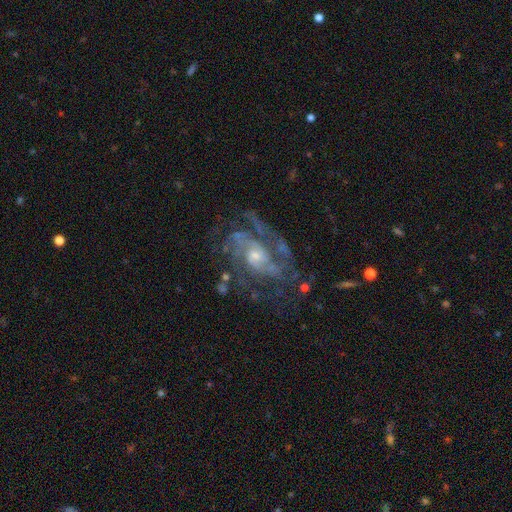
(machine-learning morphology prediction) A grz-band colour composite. It shows a featured or disk galaxy (84%) with no bar (64%), medium (43%) spiral arms (90%) and a small central bulge (48%). Merging: none (61%).